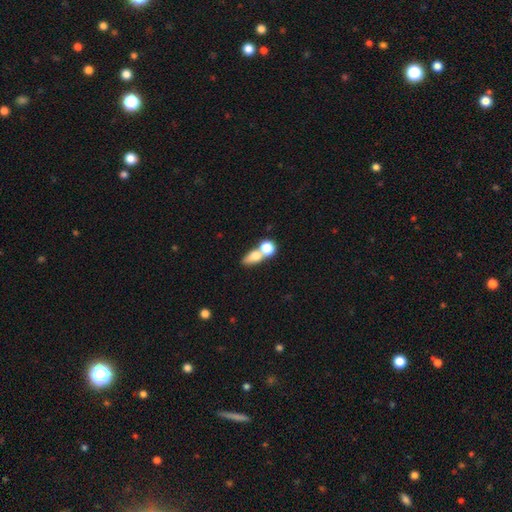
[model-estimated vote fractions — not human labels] smooth 71%, featured or disk 19%, star or artifact 10%. Down the decision tree: how rounded — in between (58%); merging — merger (62%).